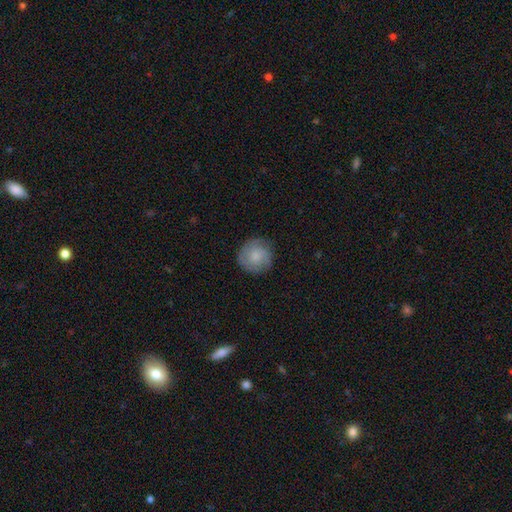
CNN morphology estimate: smooth_or_featured: smooth (p=0.69) [alt: featured or disk p=0.25]
how_rounded: round (p=0.93) [alt: in between p=0.06]
merging: none (p=0.80) [alt: minor disturbance p=0.15]